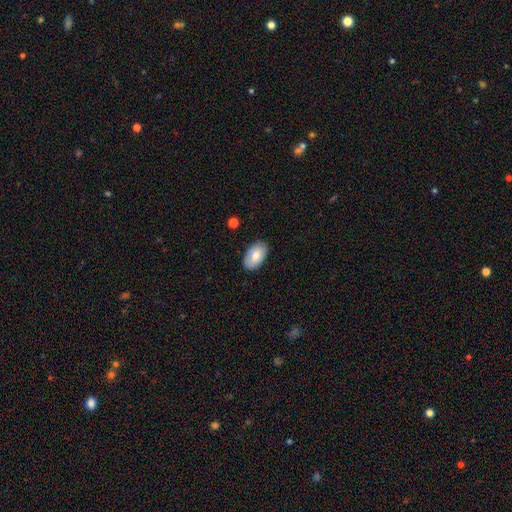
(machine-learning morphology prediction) A smooth galaxy with no disk features (71%) that is in between round and cigar-shaped (93%). Merging: none (86%).